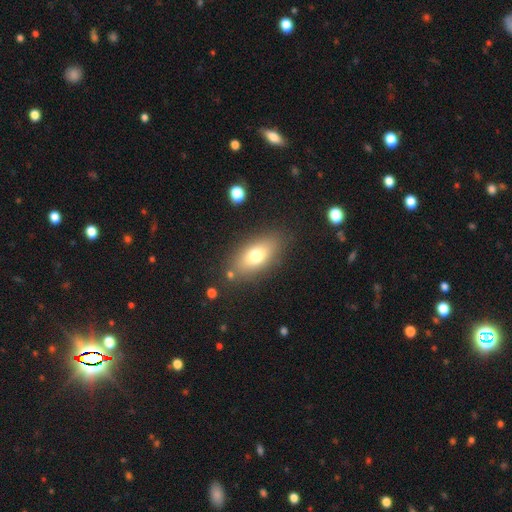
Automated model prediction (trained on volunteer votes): smooth_or_featured: smooth (p=0.72) [alt: featured or disk p=0.19]
how_rounded: in between (p=0.85) [alt: cigar-shaped p=0.09]
merging: none (p=0.82) [alt: minor disturbance p=0.11]